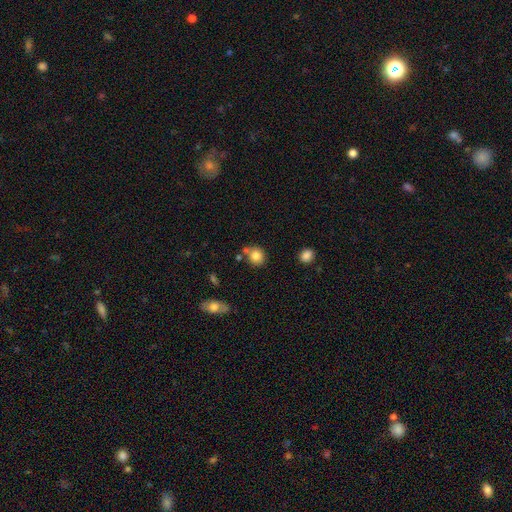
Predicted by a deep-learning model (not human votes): smooth_or_featured: smooth (p=0.82) [alt: star or artifact p=0.10]
how_rounded: round (p=0.81) [alt: in between p=0.18]
merging: none (p=0.67) [alt: merger p=0.17]